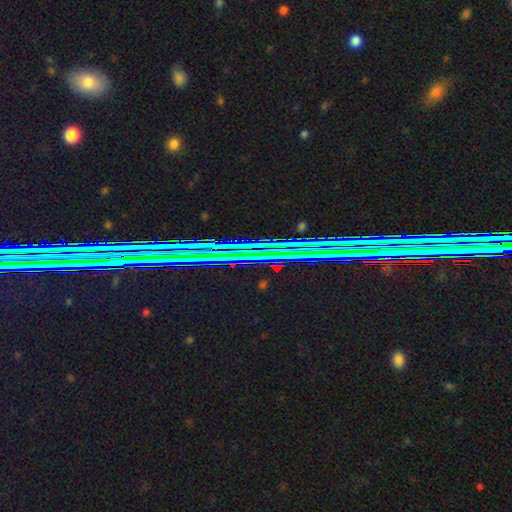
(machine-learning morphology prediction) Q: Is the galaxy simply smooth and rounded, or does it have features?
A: star or artifact — 80%.